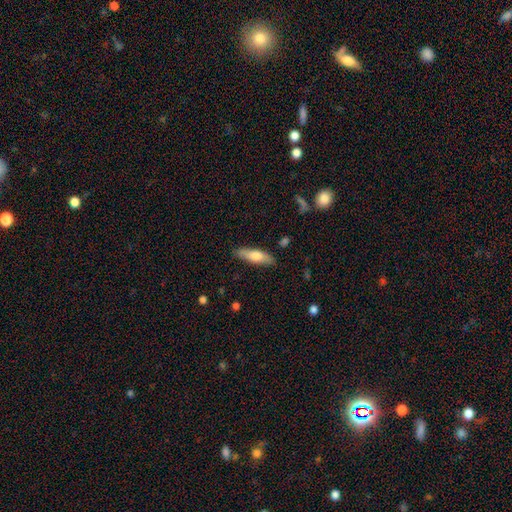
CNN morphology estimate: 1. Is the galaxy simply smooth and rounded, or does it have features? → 67% smooth, 28% featured or disk, 6% star or artifact.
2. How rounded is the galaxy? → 59% cigar-shaped, 39% in between, 2% round.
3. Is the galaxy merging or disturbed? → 85% none, 12% minor disturbance, 2% major disturbance, 1% merger.